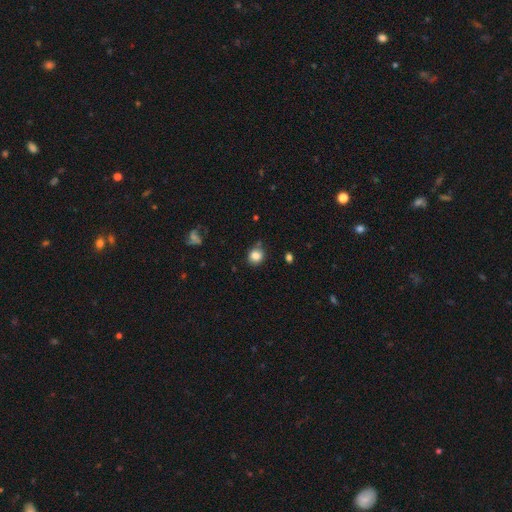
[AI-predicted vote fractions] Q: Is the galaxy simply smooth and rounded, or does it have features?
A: smooth — 84%.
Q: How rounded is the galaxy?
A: round — 76%.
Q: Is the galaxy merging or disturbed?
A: none — 71%.